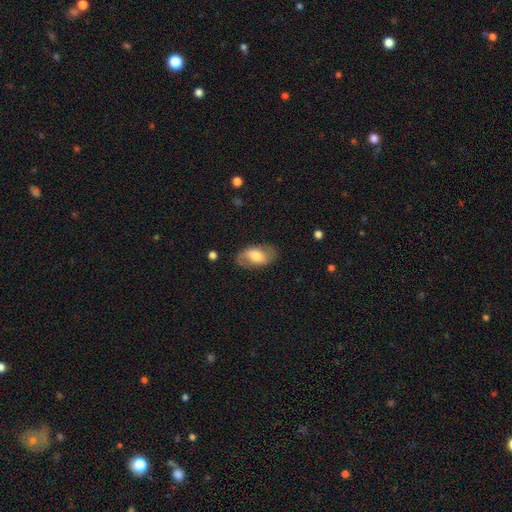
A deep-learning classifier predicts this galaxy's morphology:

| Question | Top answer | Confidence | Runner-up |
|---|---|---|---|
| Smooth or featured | featured or disk | 48% | smooth (45%) |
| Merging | none | 75% | minor disturbance (17%) |